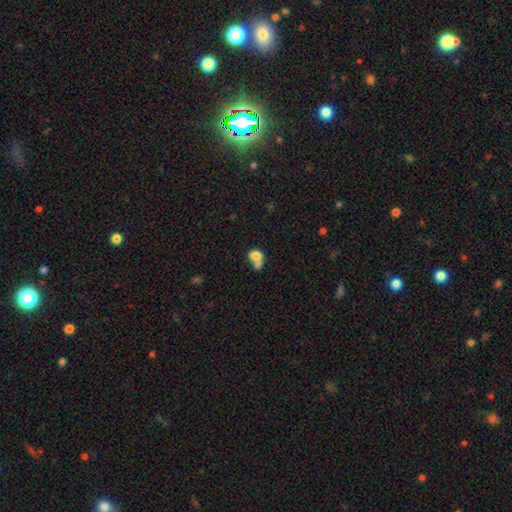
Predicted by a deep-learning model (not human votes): Smooth or featured? Predicted: smooth (p=0.76). How rounded? Predicted: round (p=0.50). Merging? Predicted: merger (p=0.62).